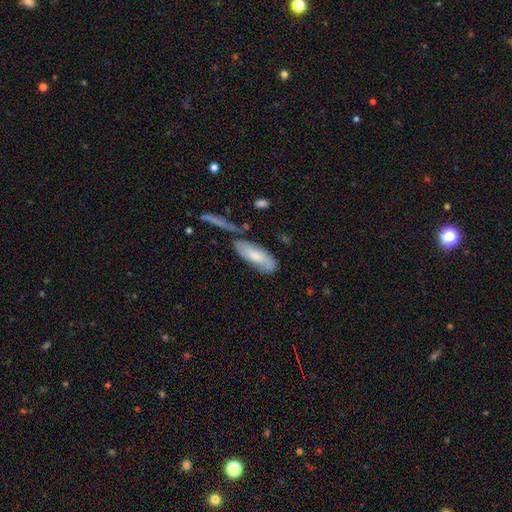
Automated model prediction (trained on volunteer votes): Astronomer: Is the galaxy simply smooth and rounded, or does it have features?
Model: smooth — 66%.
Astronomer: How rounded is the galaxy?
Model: in between — 68%.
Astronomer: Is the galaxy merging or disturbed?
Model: none — 54%.